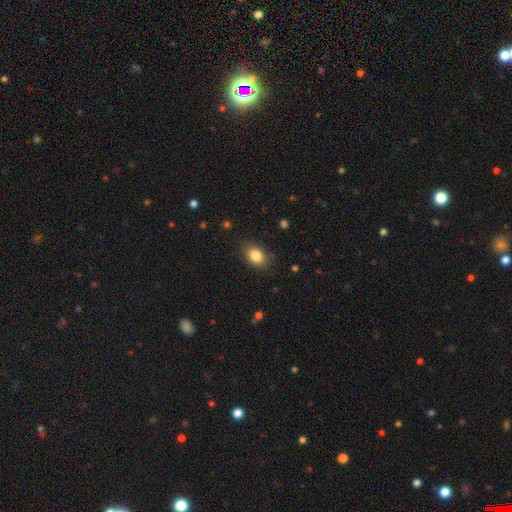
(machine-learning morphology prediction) Smooth or featured: smooth — 85% (star or artifact — 8%)
How rounded: in between — 78% (round — 20%)
Merging: none — 83% (minor disturbance — 12%)